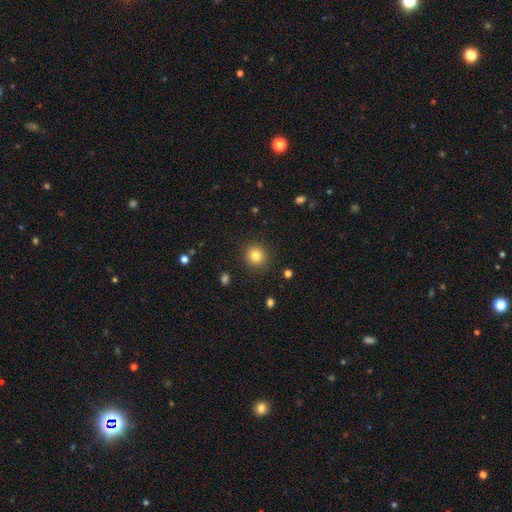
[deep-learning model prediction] Overall: smooth (82%). How rounded: round (91%). Merging: none (90%).